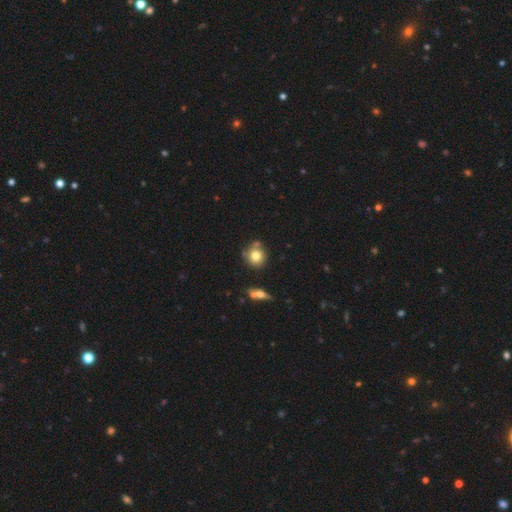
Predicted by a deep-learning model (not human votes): This is likely a smooth galaxy (76%). How rounded: clearly round (88%). Merging: likely none (69%).